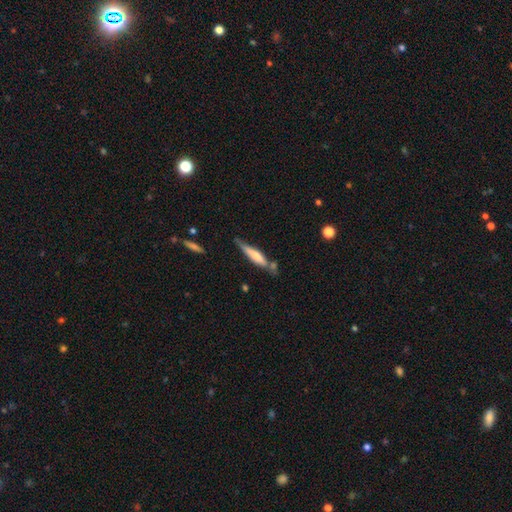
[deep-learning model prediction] Smooth or featured: smooth — 52% (featured or disk — 42%)
How rounded: cigar-shaped — 84% (in between — 14%)
Merging: none — 58% (minor disturbance — 24%)